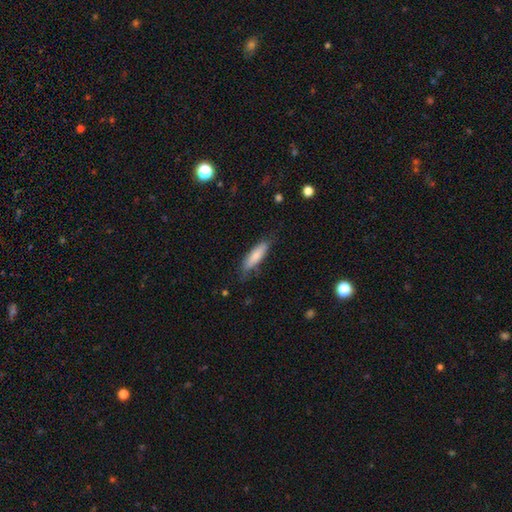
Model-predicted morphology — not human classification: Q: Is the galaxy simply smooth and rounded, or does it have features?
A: smooth — 79%.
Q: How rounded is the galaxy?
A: cigar-shaped — 65%.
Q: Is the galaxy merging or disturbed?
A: none — 73%.